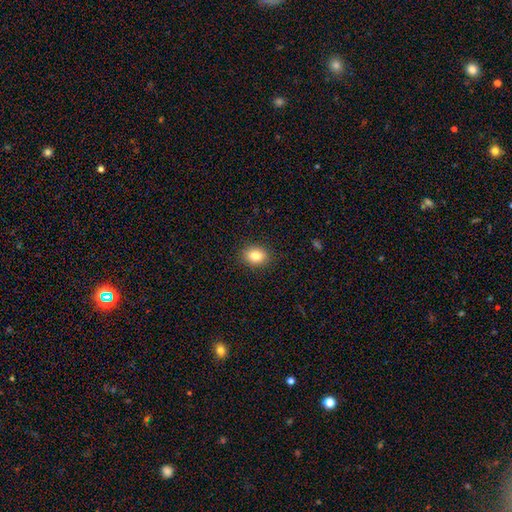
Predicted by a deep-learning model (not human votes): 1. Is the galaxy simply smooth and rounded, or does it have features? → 82% smooth, 10% star or artifact, 8% featured or disk.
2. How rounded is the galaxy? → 51% in between, 48% round, 1% cigar-shaped.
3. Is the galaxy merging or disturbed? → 90% none, 7% minor disturbance, 2% major disturbance, 1% merger.